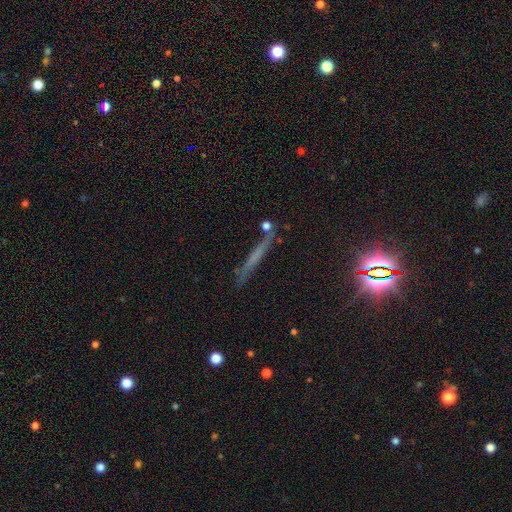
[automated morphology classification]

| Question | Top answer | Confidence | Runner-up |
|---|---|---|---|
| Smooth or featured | smooth | 40% | featured or disk (36%) |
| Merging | none | 76% | minor disturbance (15%) |